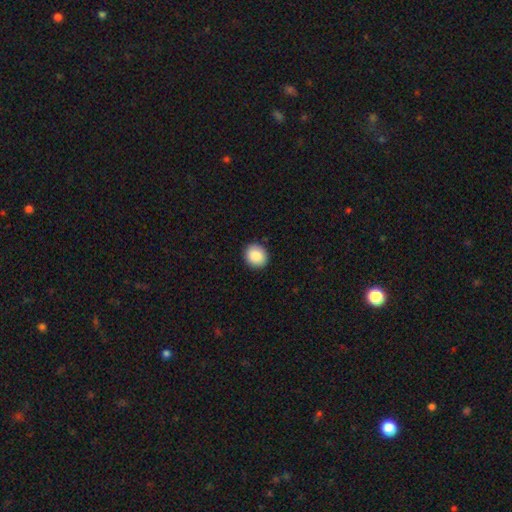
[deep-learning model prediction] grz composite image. It shows a smooth galaxy with no disk features (89%) that is round (72%). Merging: none (90%).